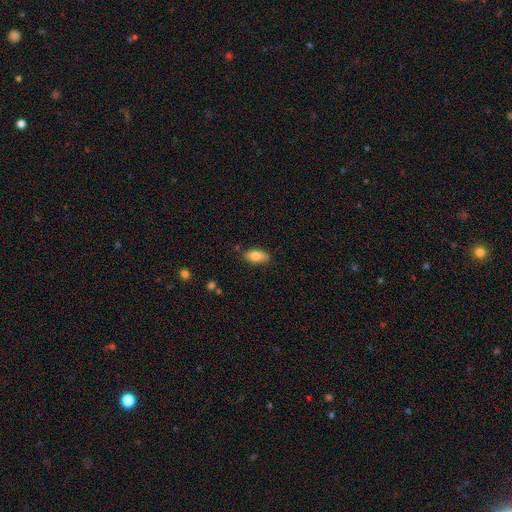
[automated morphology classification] A smooth galaxy with no disk features (83%) that is in between round and cigar-shaped (89%).

Vote fractions:
- Smooth or featured? smooth: 83% / featured or disk: 10% / star or artifact: 7%
- How rounded? in between: 89% / cigar-shaped: 8% / round: 3%
- Merging? none: 82% / minor disturbance: 13% / major disturbance: 3% / merger: 2%